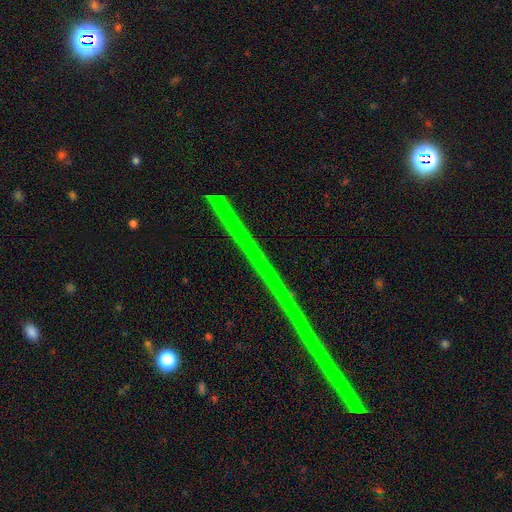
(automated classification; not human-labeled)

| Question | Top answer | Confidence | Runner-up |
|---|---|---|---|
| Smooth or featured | star or artifact | 84% | featured or disk (11%) |